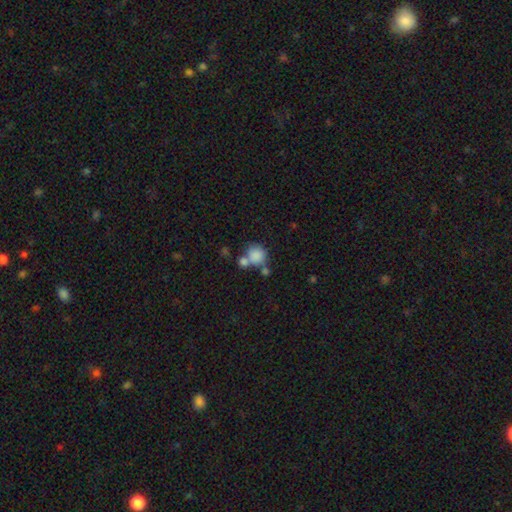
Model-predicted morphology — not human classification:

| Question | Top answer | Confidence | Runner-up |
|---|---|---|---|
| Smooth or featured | smooth | 81% | star or artifact (10%) |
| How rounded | round | 81% | in between (18%) |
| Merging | none | 44% | merger (37%) |